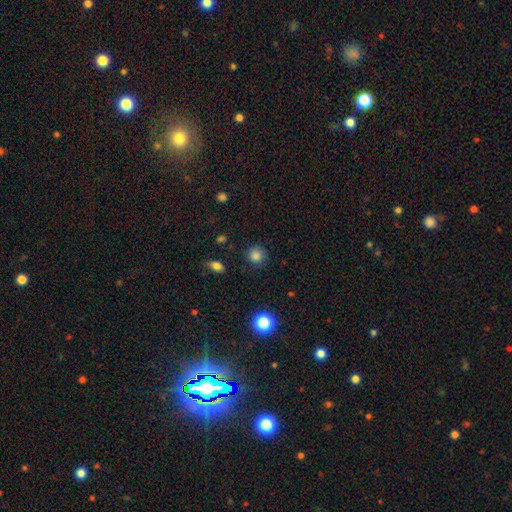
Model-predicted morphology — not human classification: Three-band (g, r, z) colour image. It shows a smooth galaxy with no disk features (83%) that is round (90%). Merging: none (85%).